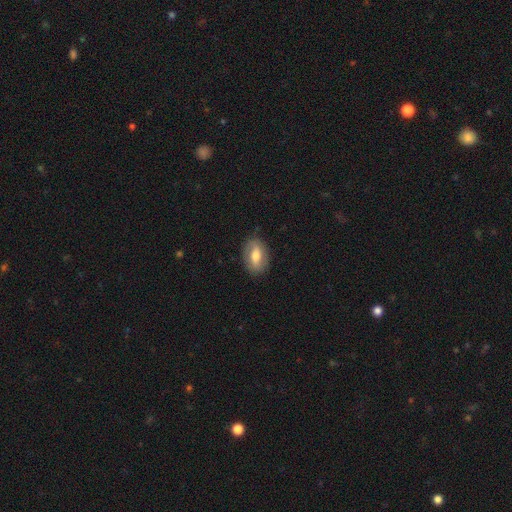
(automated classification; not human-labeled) The model was most divided on "smooth or featured": smooth: 55%, featured or disk: 39%, star or artifact: 7%. More confident: how rounded — in between (86%); merging — none (81%).